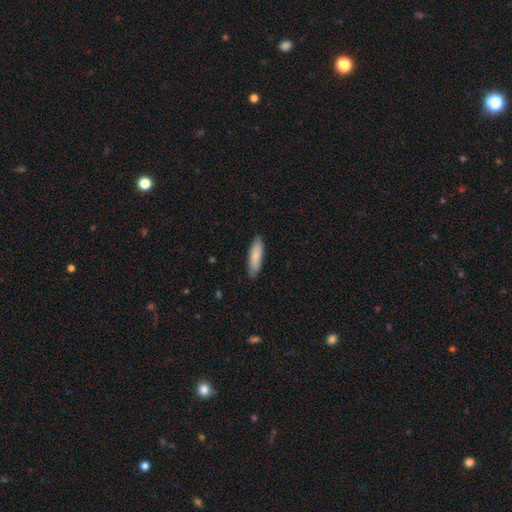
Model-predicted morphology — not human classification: Q: Smooth or featured?
A: smooth (86%); runner-up: featured or disk (9%)
Q: How rounded?
A: cigar-shaped (63%); runner-up: in between (35%)
Q: Merging?
A: none (86%); runner-up: minor disturbance (11%)